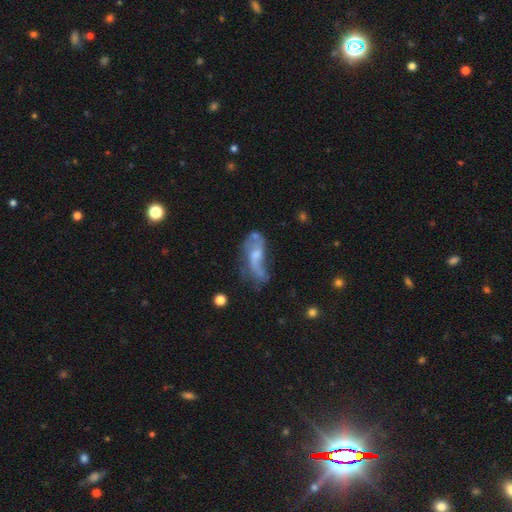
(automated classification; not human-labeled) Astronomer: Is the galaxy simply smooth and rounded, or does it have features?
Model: featured or disk — 62%.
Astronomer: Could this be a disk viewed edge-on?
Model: no — 89%.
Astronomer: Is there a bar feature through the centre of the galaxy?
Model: no — 62%.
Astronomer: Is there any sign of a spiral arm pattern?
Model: yes — 61% (runner-up: no, 39%).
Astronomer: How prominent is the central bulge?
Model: small — 38% (runner-up: moderate, 34%).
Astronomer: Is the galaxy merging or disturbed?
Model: major disturbance — 33% (runner-up: none, 30%).